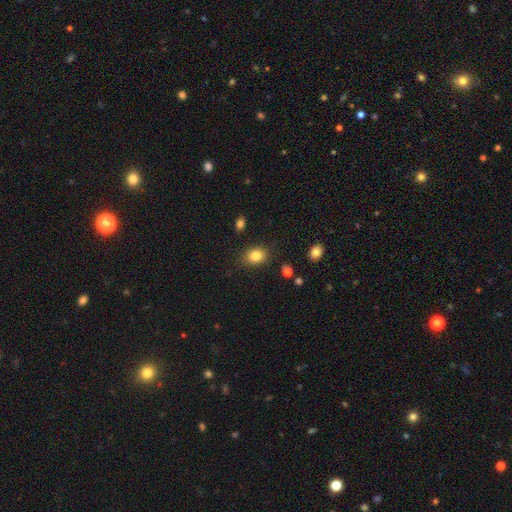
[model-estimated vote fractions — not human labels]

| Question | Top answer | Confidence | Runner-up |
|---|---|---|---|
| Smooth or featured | smooth | 84% | star or artifact (10%) |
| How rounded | in between | 65% | round (34%) |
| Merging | none | 83% | minor disturbance (12%) |